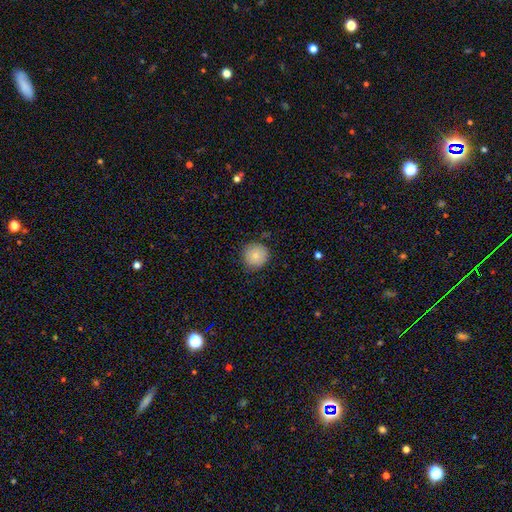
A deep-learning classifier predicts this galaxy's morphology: smooth 83%, featured or disk 9%, star or artifact 9%. Down the decision tree: how rounded — round (95%); merging — none (86%).